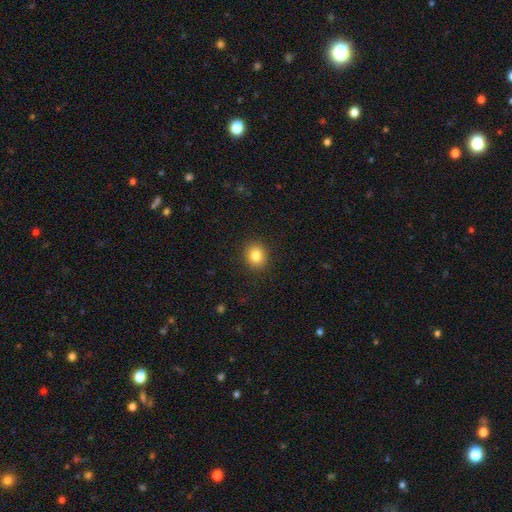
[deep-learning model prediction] This is clearly a smooth galaxy (83%). How rounded: likely round (69%). Merging: clearly none (90%).